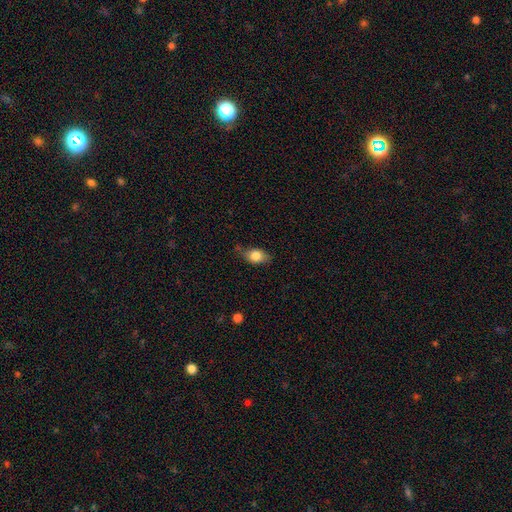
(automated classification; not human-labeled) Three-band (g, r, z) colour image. It shows a smooth galaxy with no disk features (79%) that is in between round and cigar-shaped (80%). Merging: none (60%).